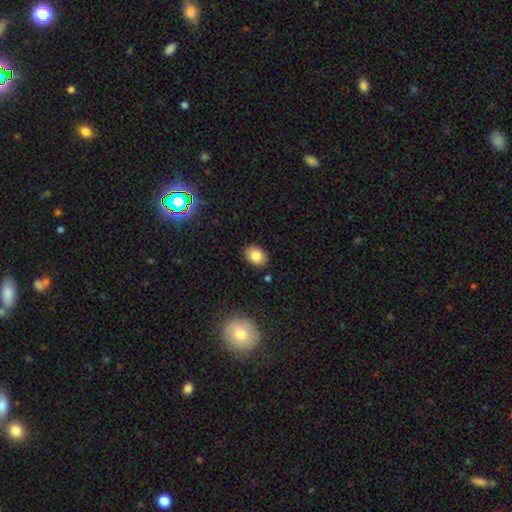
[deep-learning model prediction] This appears to be a smooth galaxy with no disk features (82%) that is in between round and cigar-shaped (70%). Merging: none (87%).